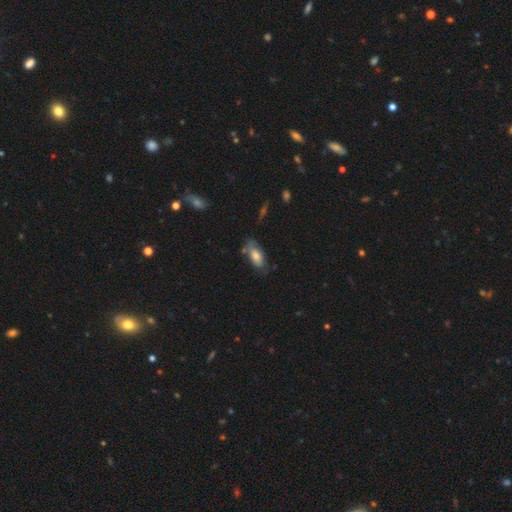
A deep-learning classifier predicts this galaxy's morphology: smooth_or_featured: smooth (p=0.73) [alt: featured or disk p=0.20]
how_rounded: in between (p=0.86) [alt: cigar-shaped p=0.12]
merging: none (p=0.63) [alt: minor disturbance p=0.24]